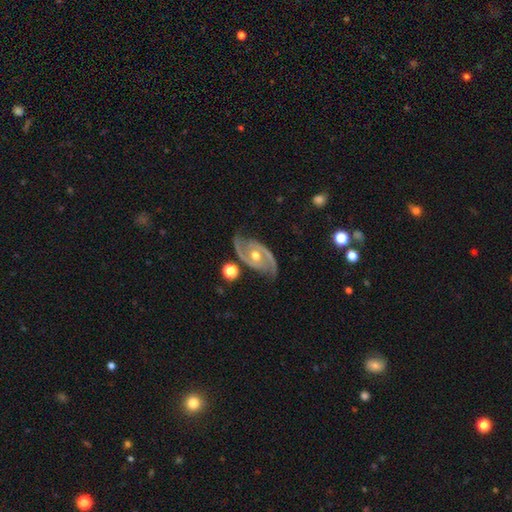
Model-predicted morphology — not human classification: Smooth or featured? Predicted: featured or disk (p=0.92). Edge-on disk? Predicted: no (p=0.96). Bar? Predicted: no (p=0.59). Spiral arms? Predicted: yes (p=0.97). Spiral winding? Predicted: medium (p=0.51). Spiral arm count? Predicted: 2 (p=0.92). Bulge size? Predicted: moderate (p=0.78). Merging? Predicted: none (p=0.78).